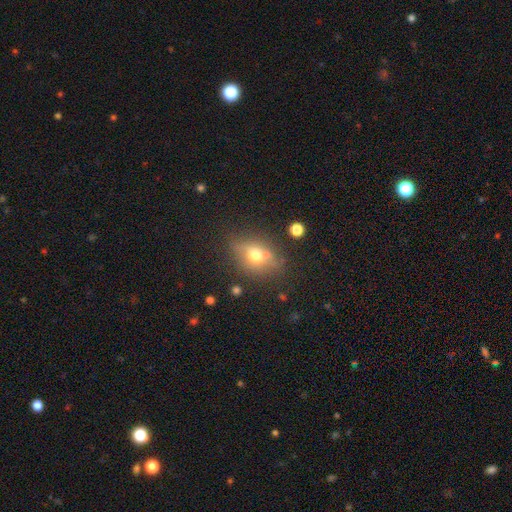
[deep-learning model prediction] Smooth or featured? smooth (55%)
How rounded? in between (58%)
Merging? none (64%)